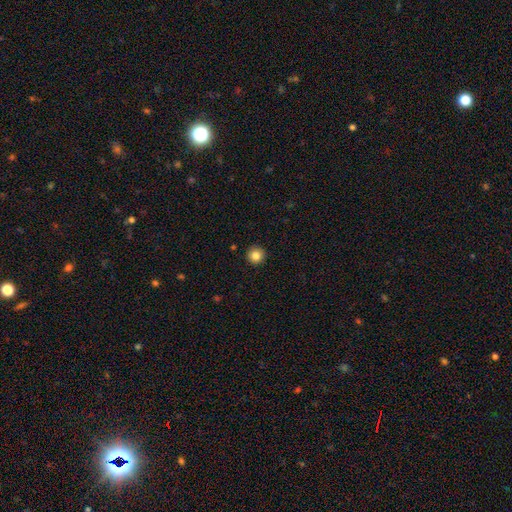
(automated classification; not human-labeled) smooth 84%, star or artifact 10%, featured or disk 6%. Down the decision tree: how rounded — round (96%); merging — none (93%).